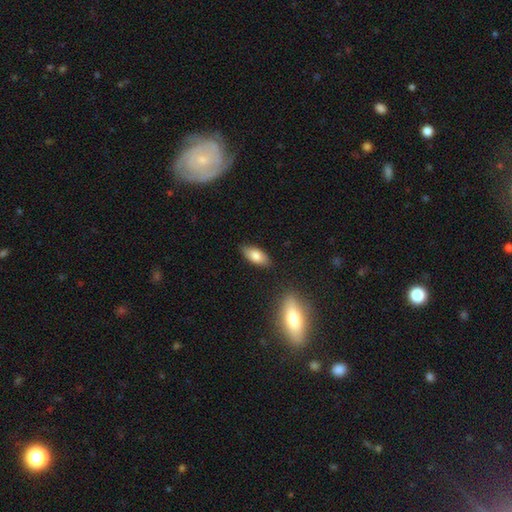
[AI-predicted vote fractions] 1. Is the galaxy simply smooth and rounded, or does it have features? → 79% smooth, 14% featured or disk, 7% star or artifact.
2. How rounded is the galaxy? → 87% in between, 11% cigar-shaped, 3% round.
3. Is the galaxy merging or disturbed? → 84% none, 11% minor disturbance, 2% major disturbance, 2% merger.